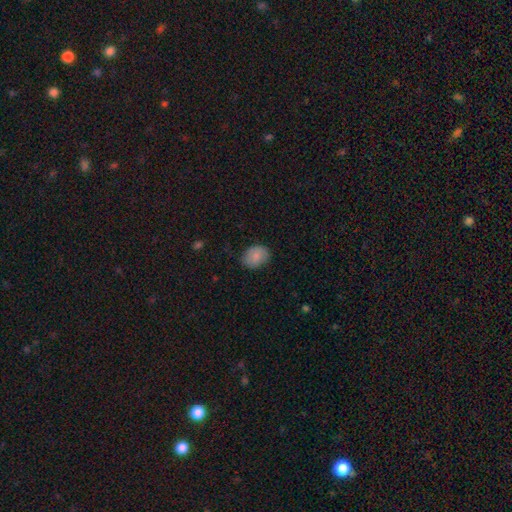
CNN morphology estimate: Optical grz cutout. It shows a smooth galaxy with no disk features (84%) that is in between round and cigar-shaped (63%). Merging: none (80%).